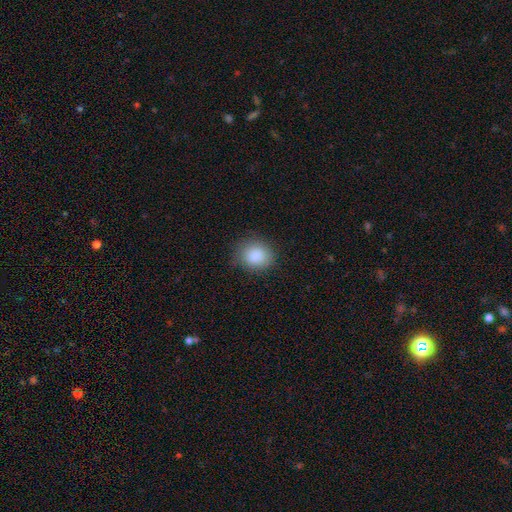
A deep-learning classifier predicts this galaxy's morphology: Q: Smooth or featured?
A: smooth (88%); runner-up: star or artifact (8%)
Q: How rounded?
A: round (76%); runner-up: in between (23%)
Q: Merging?
A: none (82%); runner-up: minor disturbance (14%)